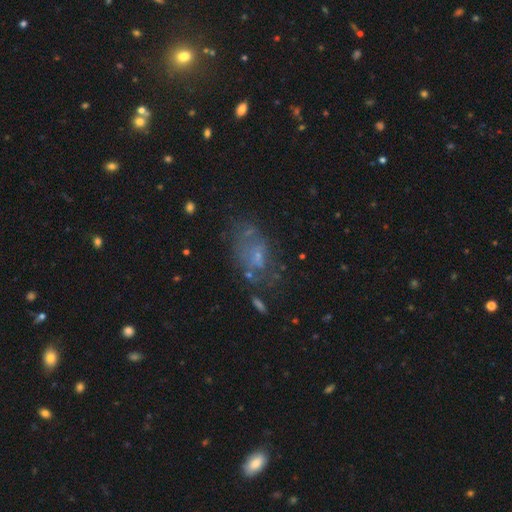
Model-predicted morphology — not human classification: Q: Smooth or featured?
A: featured or disk (42%); runner-up: smooth (37%)
Q: Merging?
A: none (40%); runner-up: major disturbance (27%)